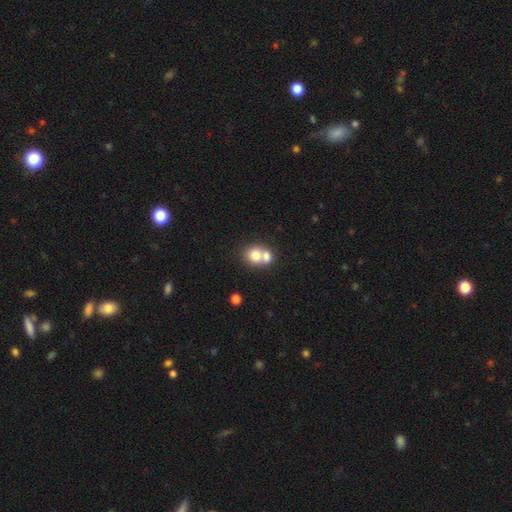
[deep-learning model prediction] Morphology: type=smooth (74%); roundness=round (68%); merging=merger (61%).